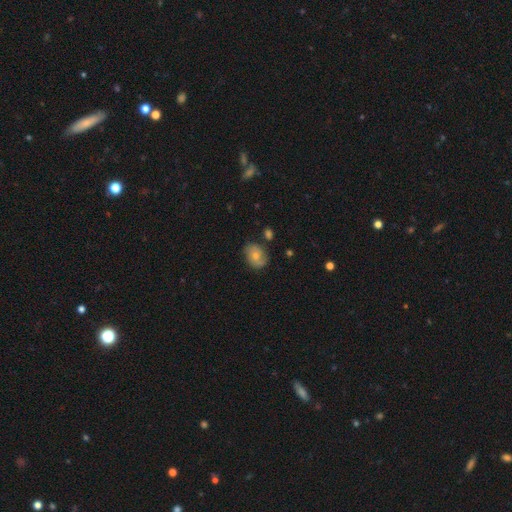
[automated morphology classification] A smooth galaxy with no disk features (56%) that is in between round and cigar-shaped (59%). Merging: none (69%).